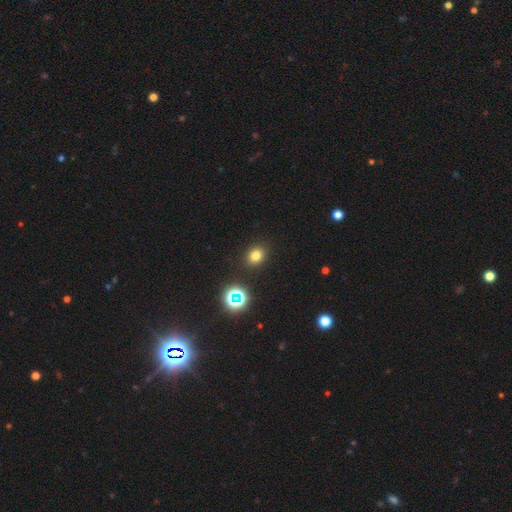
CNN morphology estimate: A smooth galaxy with no disk features (75%) that is round (61%). Merging: none (89%).